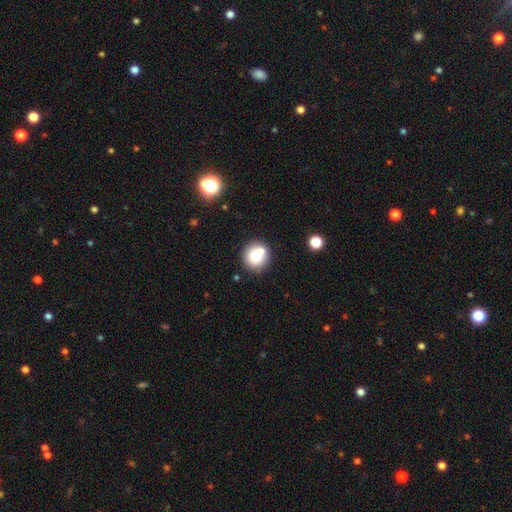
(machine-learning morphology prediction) Smooth or featured? Predicted: smooth (p=0.73). How rounded? Predicted: round (p=0.91). Merging? Predicted: none (p=0.66).